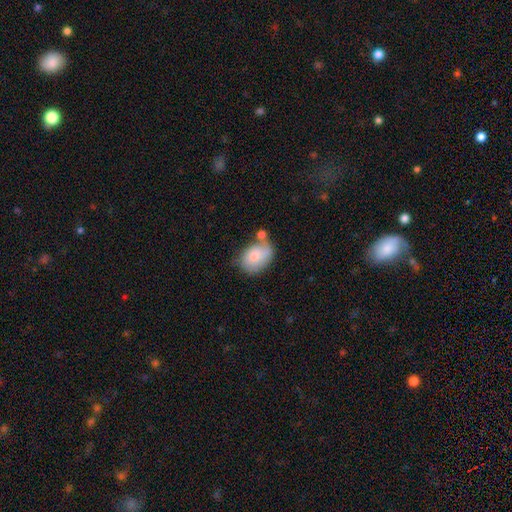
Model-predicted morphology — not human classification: smooth 76%, featured or disk 17%, star or artifact 7%. Down the decision tree: how rounded — in between (75%); merging — none (44%).